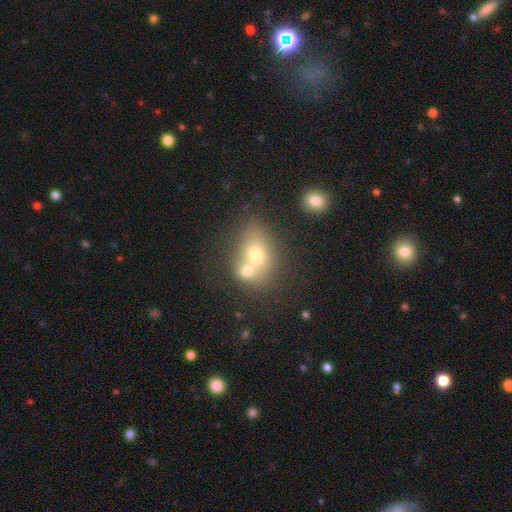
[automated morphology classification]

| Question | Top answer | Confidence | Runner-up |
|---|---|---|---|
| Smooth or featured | smooth | 64% | featured or disk (24%) |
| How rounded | in between | 53% | round (45%) |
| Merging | merger | 62% | none (25%) |